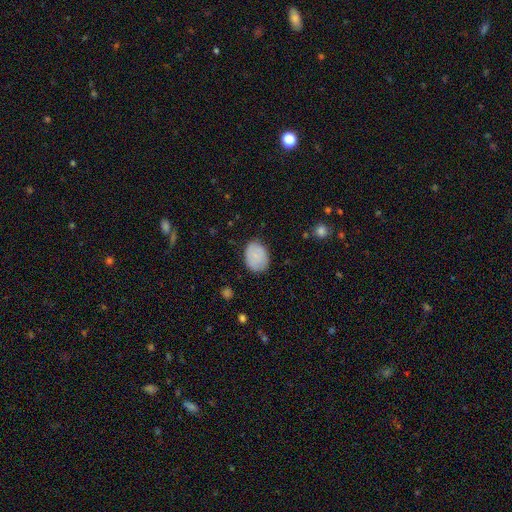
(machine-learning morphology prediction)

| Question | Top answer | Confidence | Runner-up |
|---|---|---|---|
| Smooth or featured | smooth | 83% | featured or disk (10%) |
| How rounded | in between | 68% | round (31%) |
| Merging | none | 80% | minor disturbance (16%) |